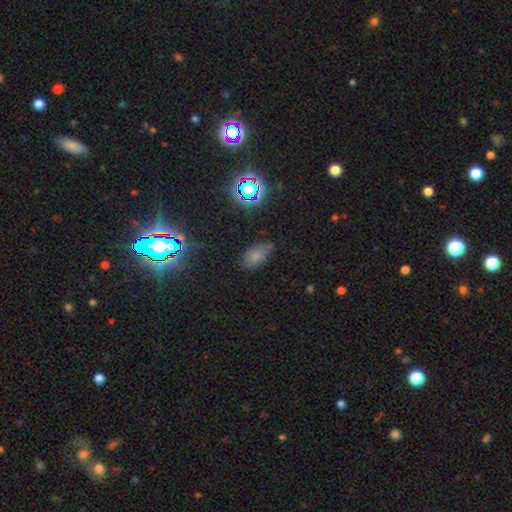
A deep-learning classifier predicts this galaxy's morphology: Q: Smooth or featured?
A: smooth (69%); runner-up: star or artifact (21%)
Q: How rounded?
A: in between (89%); runner-up: round (8%)
Q: Merging?
A: none (66%); runner-up: minor disturbance (25%)